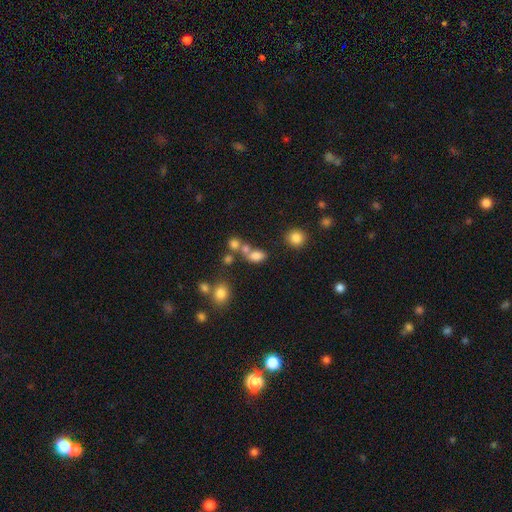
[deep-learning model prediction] Overall: smooth (74%). How rounded: in between (74%). Merging: none (42%; merger 38%).